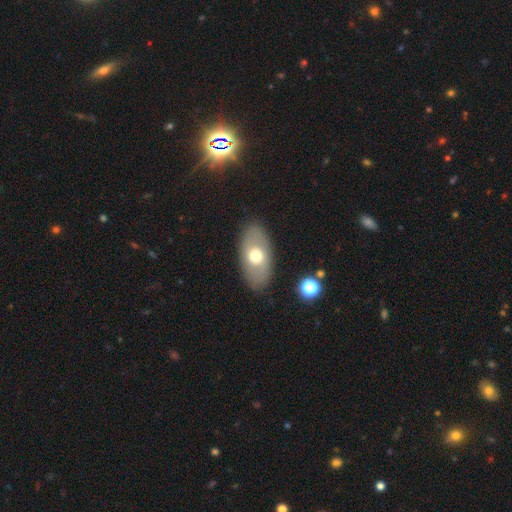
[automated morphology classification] Smooth or featured: smooth — 59% (featured or disk — 34%)
How rounded: in between — 91% (round — 6%)
Merging: none — 86% (minor disturbance — 10%)